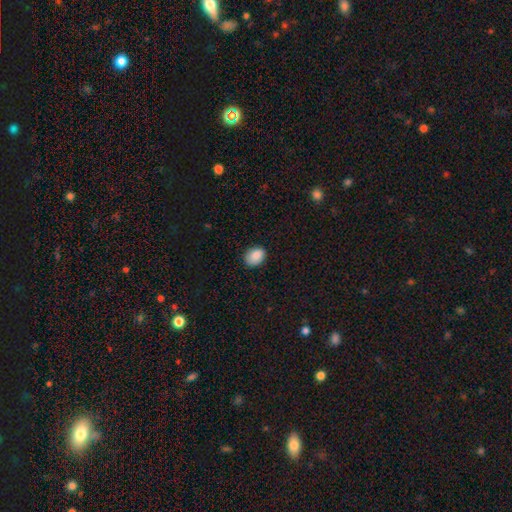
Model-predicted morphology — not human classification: Overall: smooth (88%). How rounded: in between (68%; round 31%). Merging: none (83%).